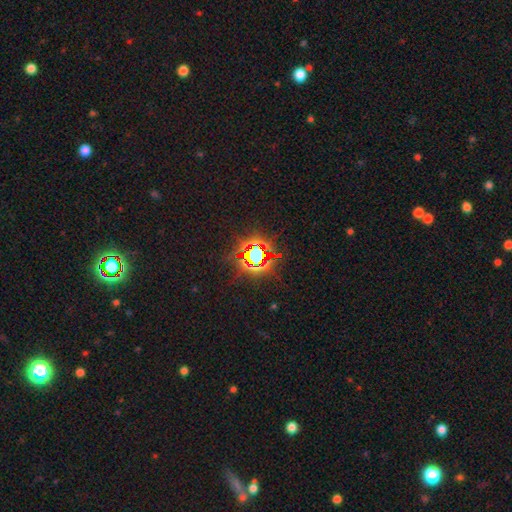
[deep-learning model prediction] A star or artifact, not a galaxy (75%).

Vote fractions:
- Smooth or featured? star or artifact: 75% / smooth: 15% / featured or disk: 10%